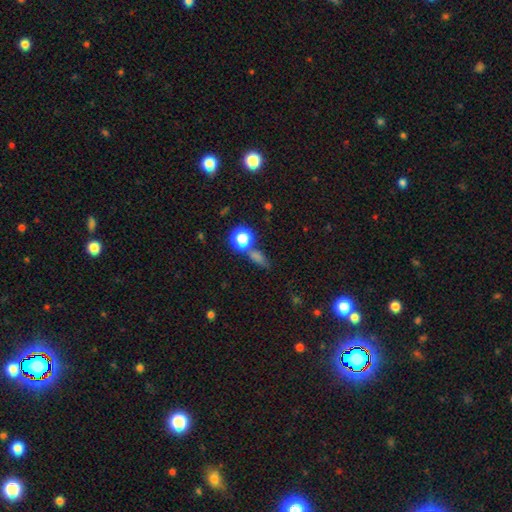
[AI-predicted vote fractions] A smooth galaxy with no disk features (57%) that is in between round and cigar-shaped (41%).

Vote fractions:
- Smooth or featured? smooth: 57% / star or artifact: 31% / featured or disk: 12%
- How rounded? in between: 41% / round: 38% / cigar-shaped: 21%
- Merging? none: 65% / merger: 16% / minor disturbance: 12% / major disturbance: 6%